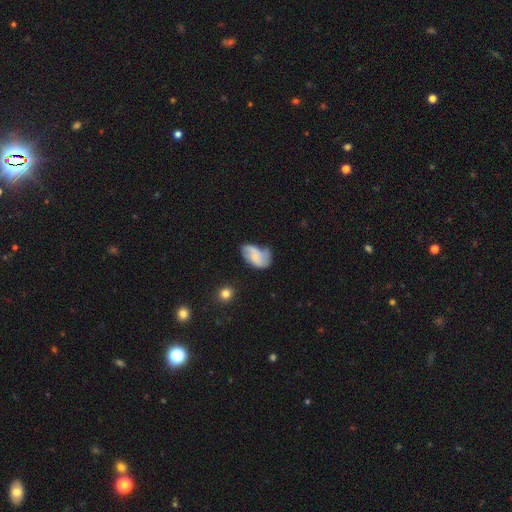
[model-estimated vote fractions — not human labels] This is possibly a featured or disk galaxy (53%). It is clearly not viewed edge-on (97%). Bar: likely no (71%). Spiral arm pattern: likely yes (76%). Central bulge: likely small (61%). Merging: marginally none (38%).